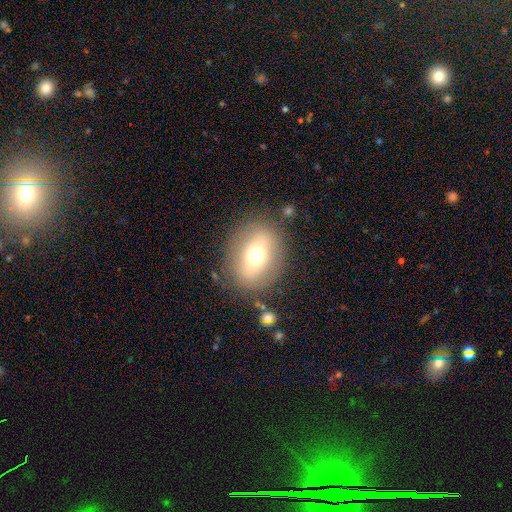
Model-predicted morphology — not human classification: This appears to be a smooth galaxy with no disk features (60%) that is in between round and cigar-shaped (52%). Merging: none (82%).